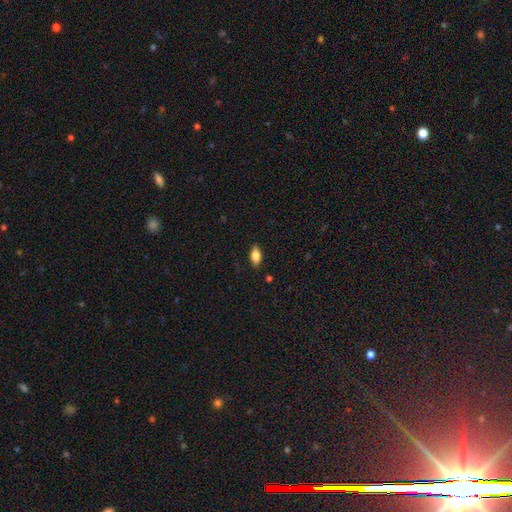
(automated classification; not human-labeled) Smooth or featured?
  - smooth: 78% *
  - featured or disk: 15%
  - star or artifact: 8%
How rounded?
  - in between: 87% *
  - cigar-shaped: 10%
  - round: 3%
Merging?
  - none: 87% *
  - minor disturbance: 10%
  - major disturbance: 2%
  - merger: 1%